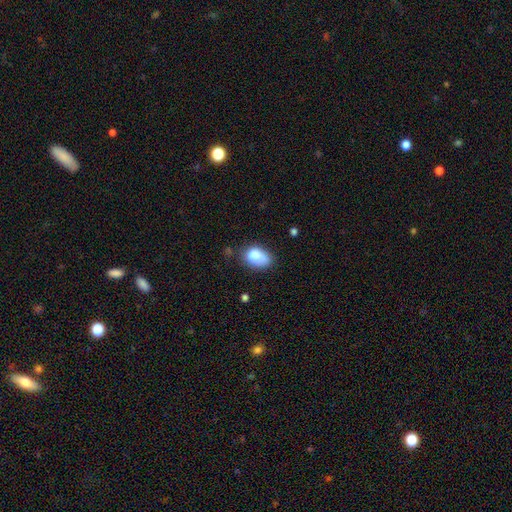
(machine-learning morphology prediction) This is clearly a smooth galaxy (82%). How rounded: clearly in between (84%). Merging: possibly none (49%).